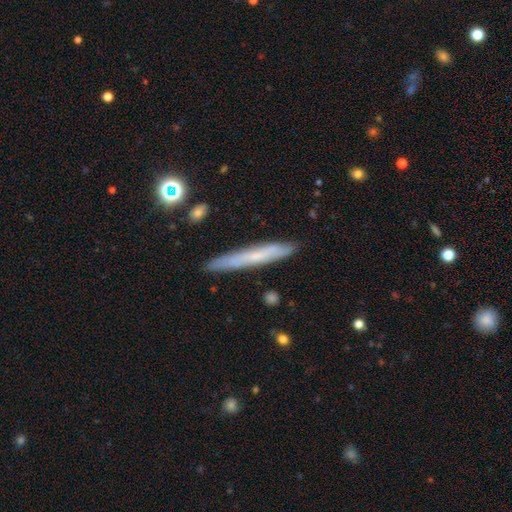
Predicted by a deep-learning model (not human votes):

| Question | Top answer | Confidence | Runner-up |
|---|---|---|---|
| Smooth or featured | smooth | 53% | featured or disk (39%) |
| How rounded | cigar-shaped | 96% | in between (3%) |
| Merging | none | 87% | minor disturbance (10%) |